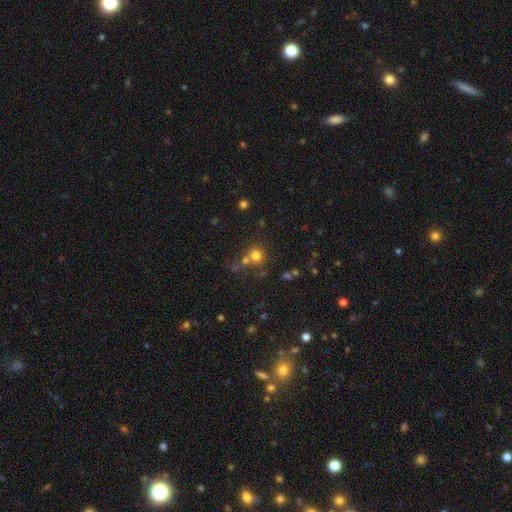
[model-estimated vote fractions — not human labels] Smooth or featured: smooth — 74% (star or artifact — 17%)
How rounded: round — 89% (in between — 10%)
Merging: none — 59% (merger — 27%)